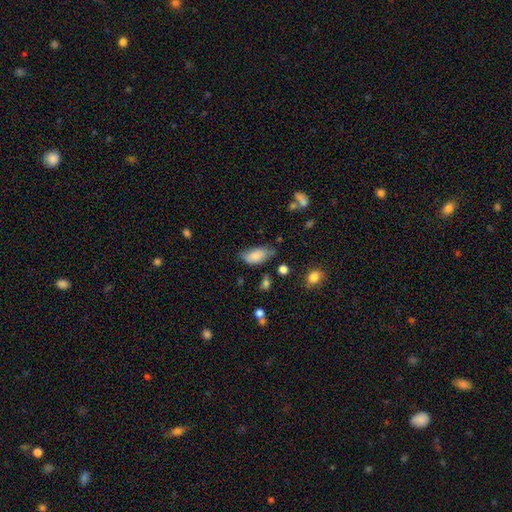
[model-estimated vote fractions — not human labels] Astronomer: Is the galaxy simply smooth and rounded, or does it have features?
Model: smooth — 84%.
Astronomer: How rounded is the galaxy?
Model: in between — 92%.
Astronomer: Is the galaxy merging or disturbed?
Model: none — 56% (runner-up: minor disturbance, 33%).